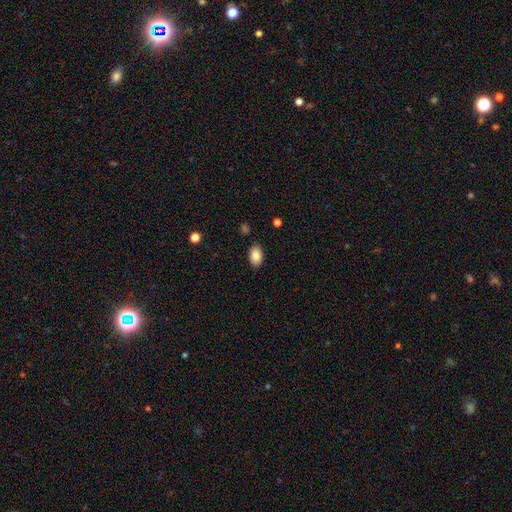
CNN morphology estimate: Q: Smooth or featured?
A: smooth (85%); runner-up: star or artifact (8%)
Q: How rounded?
A: in between (91%); runner-up: round (8%)
Q: Merging?
A: none (87%); runner-up: minor disturbance (9%)